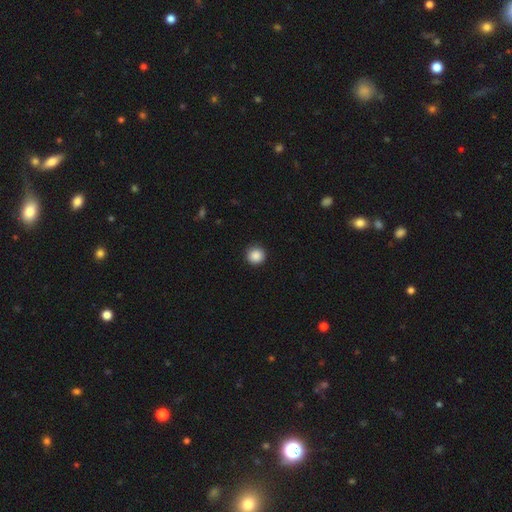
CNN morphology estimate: smooth 88%, star or artifact 9%, featured or disk 3%. Down the decision tree: how rounded — round (95%); merging — none (92%).